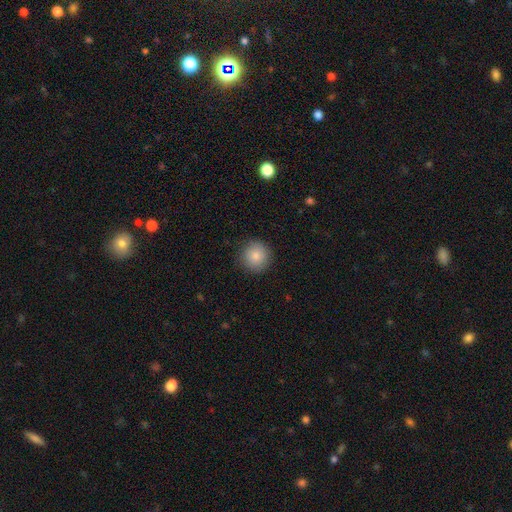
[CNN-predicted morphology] smooth-or-featured: smooth: 85% | star or artifact: 9% | featured or disk: 6%
  how-rounded: round: 94% | in between: 5% | cigar-shaped: 1%
  merging: none: 89% | minor disturbance: 8% | major disturbance: 2% | merger: 1%